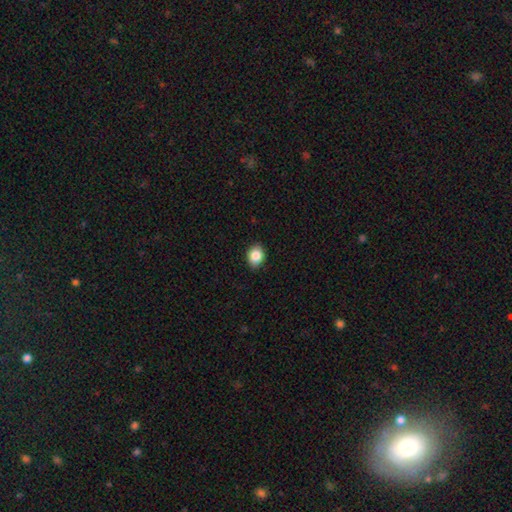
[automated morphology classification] smooth-or-featured: smooth: 85% | star or artifact: 9% | featured or disk: 6%
  how-rounded: round: 50% | in between: 49% | cigar-shaped: 1%
  merging: none: 87% | minor disturbance: 10% | major disturbance: 2% | merger: 1%